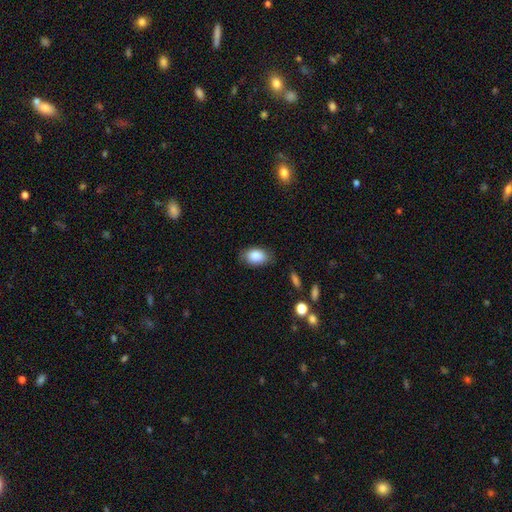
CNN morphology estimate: Overall: smooth (88%). How rounded: in between (89%). Merging: none (78%).